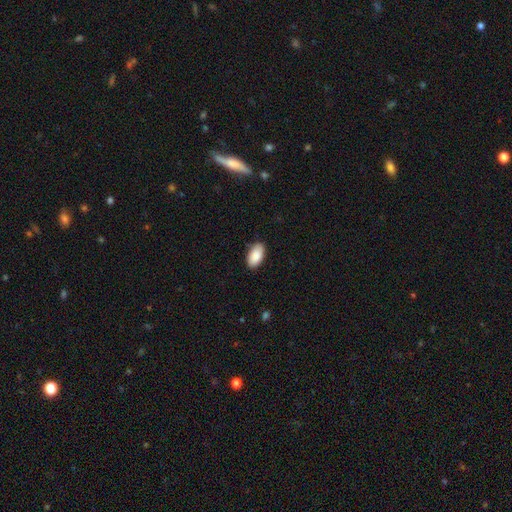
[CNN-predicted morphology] type=smooth (89%); roundness=in between (95%); merging=none (84%).